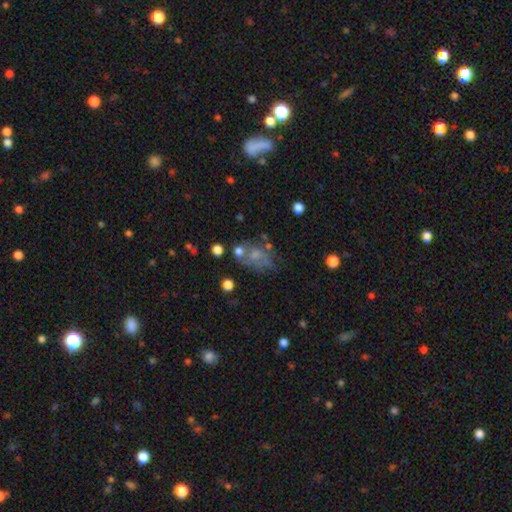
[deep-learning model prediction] smooth 50%, featured or disk 33%, star or artifact 18%. Down the decision tree: merging — none (40%).